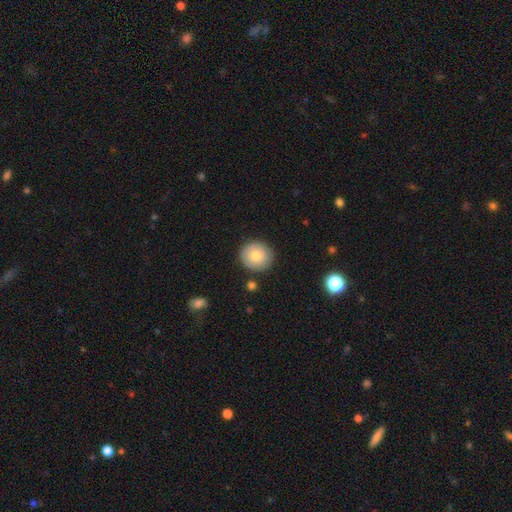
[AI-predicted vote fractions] The model was most divided on "smooth or featured": smooth: 79%, featured or disk: 14%, star or artifact: 8%. More confident: how rounded — round (92%); merging — none (87%).